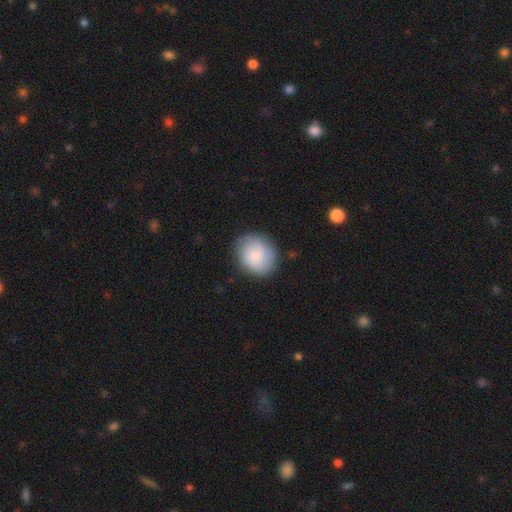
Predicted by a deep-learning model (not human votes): Smooth or featured? smooth (72%)
How rounded? round (68%)
Merging? none (80%)